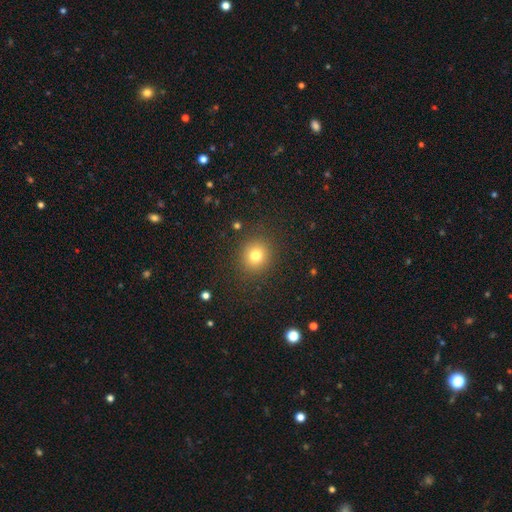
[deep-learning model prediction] Overall: smooth (77%). How rounded: round (87%). Merging: none (88%).